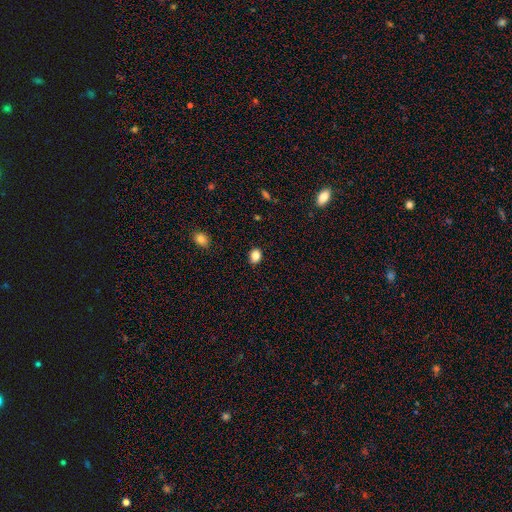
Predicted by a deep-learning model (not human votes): This appears to be a smooth galaxy with no disk features (85%) that is in between round and cigar-shaped (60%). Merging: none (88%).